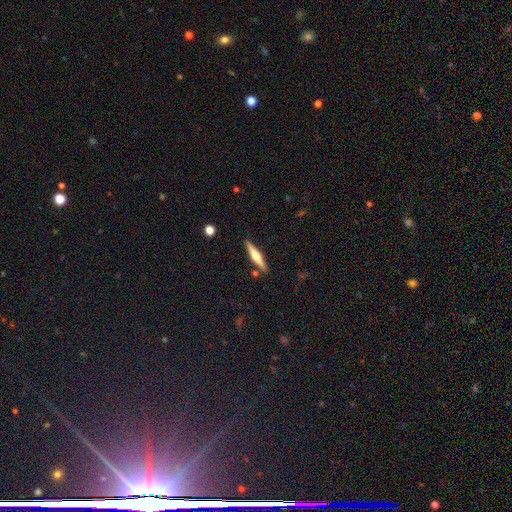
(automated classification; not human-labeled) Smooth or featured: featured or disk — 59% (smooth — 36%)
Edge-on disk: yes — 97% (no — 3%)
Edge-on bulge: rounded — 89% (boxy — 6%)
Merging: none — 88% (minor disturbance — 8%)